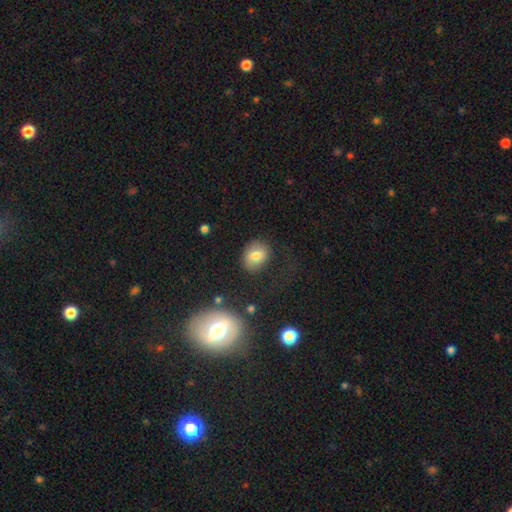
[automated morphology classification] smooth 76%, featured or disk 14%, star or artifact 10%. Down the decision tree: how rounded — round (52%); merging — none (78%).